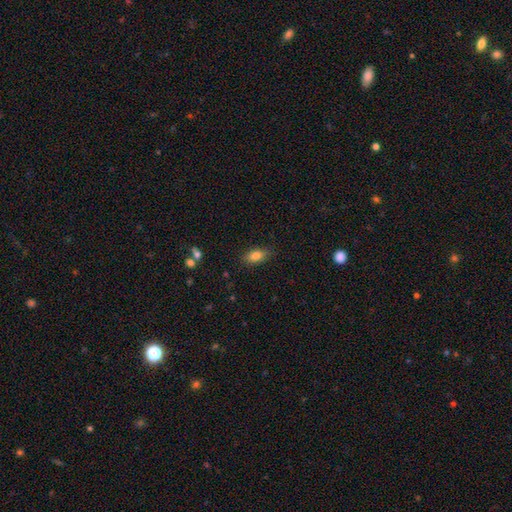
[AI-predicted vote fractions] Smooth or featured? Predicted: smooth (p=0.82). How rounded? Predicted: in between (p=0.85). Merging? Predicted: none (p=0.82).